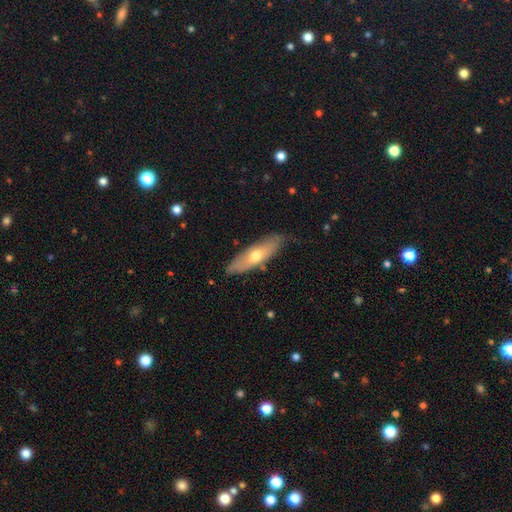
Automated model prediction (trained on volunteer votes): smooth_or_featured: smooth (p=0.52) [alt: featured or disk p=0.41]
how_rounded: cigar-shaped (p=0.55) [alt: in between p=0.43]
merging: none (p=0.79) [alt: minor disturbance p=0.17]